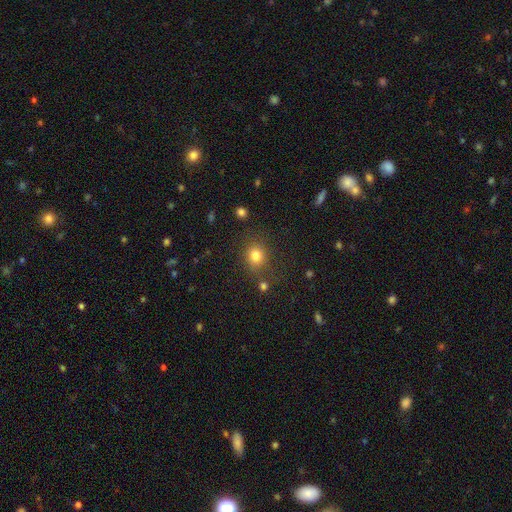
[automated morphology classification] A smooth galaxy with no disk features (80%) that is round (79%). Merging: none (77%).